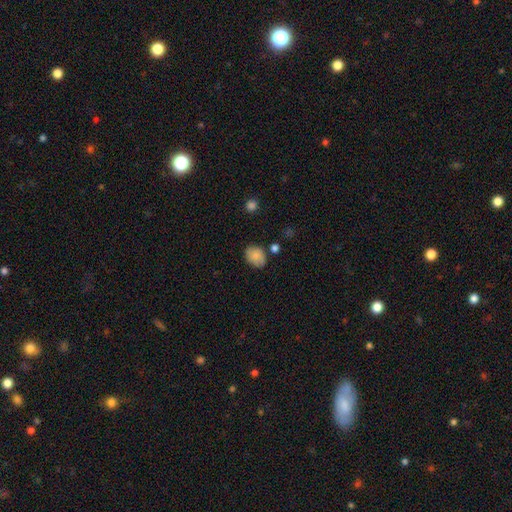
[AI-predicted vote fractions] Morphology: type=smooth (85%); roundness=in between (64%); merging=none (74%).